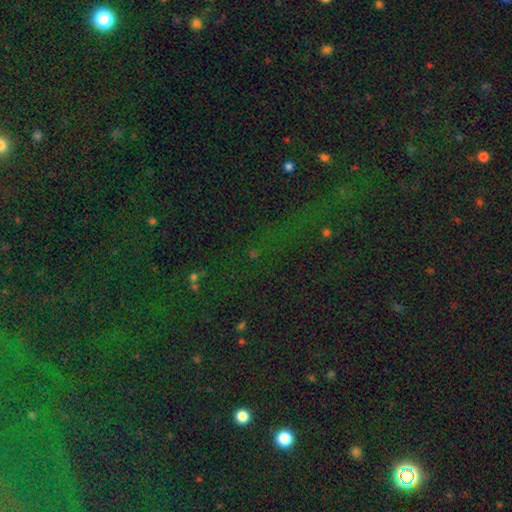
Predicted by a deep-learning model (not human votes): Q: Smooth or featured?
A: star or artifact (81%); runner-up: smooth (12%)